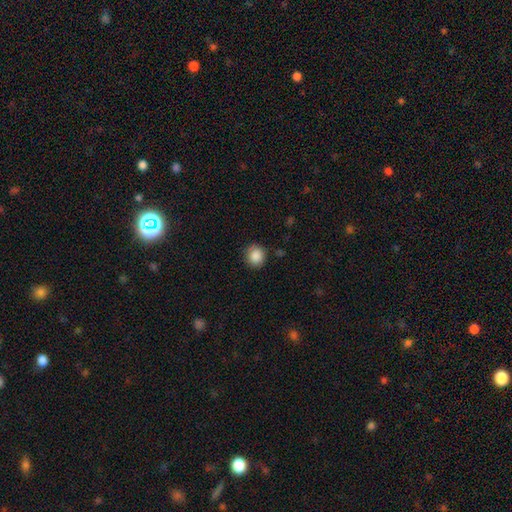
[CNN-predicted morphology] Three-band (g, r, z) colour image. It shows a smooth galaxy with no disk features (88%) that is round (88%). Merging: none (84%).